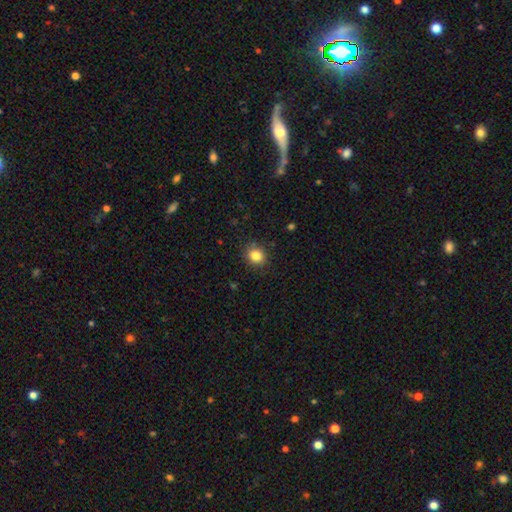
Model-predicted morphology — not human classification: Overall: smooth (84%). How rounded: round (69%; in between 30%). Merging: none (86%).